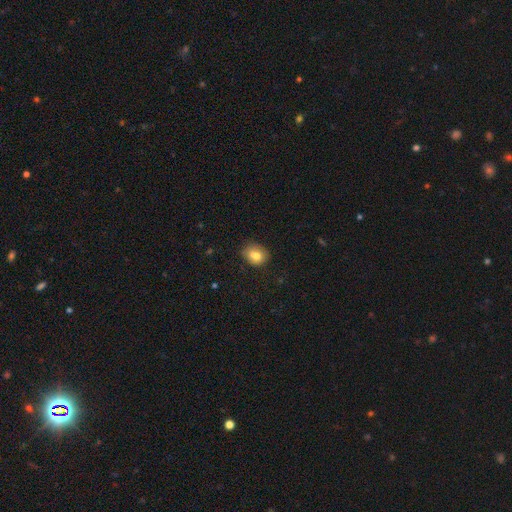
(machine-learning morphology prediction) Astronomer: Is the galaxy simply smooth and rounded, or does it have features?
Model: smooth — 79%.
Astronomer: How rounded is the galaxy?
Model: in between — 50% (runner-up: round, 49%).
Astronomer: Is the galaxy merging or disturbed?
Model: none — 62%.